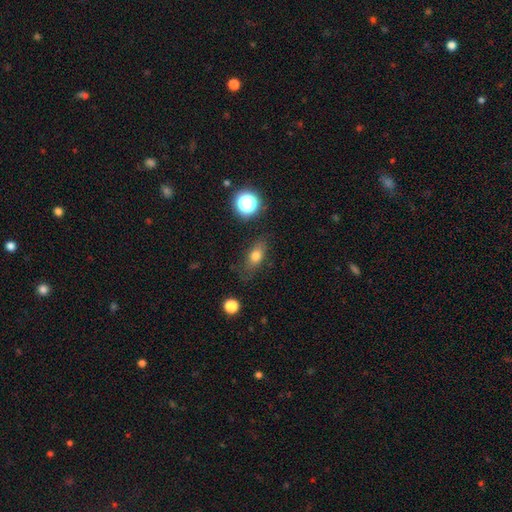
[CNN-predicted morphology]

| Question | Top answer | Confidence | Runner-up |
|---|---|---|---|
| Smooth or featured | smooth | 74% | featured or disk (14%) |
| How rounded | in between | 73% | round (15%) |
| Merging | none | 73% | minor disturbance (18%) |